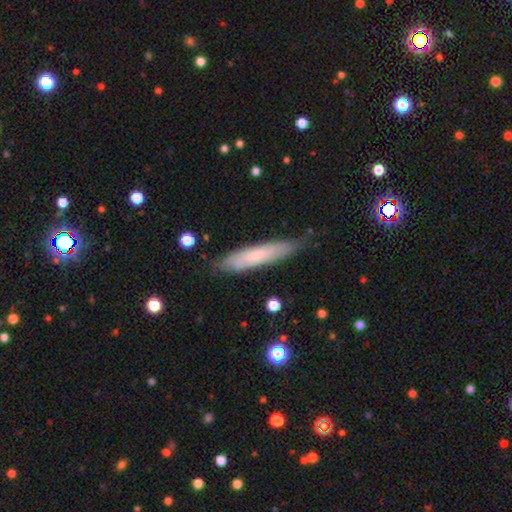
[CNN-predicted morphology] type=smooth (60%); roundness=cigar-shaped (81%); merging=none (77%).